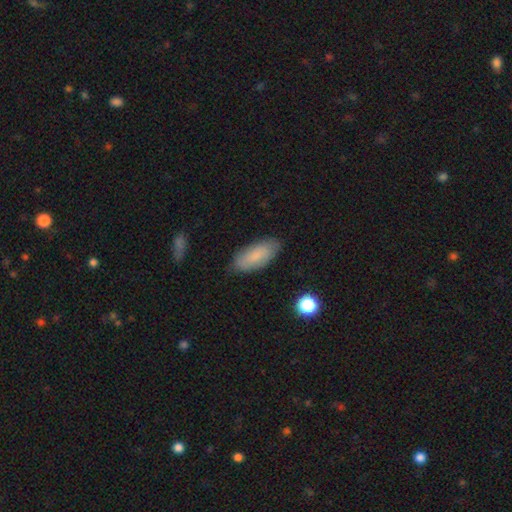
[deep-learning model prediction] This is clearly a smooth galaxy (82%). How rounded: clearly in between (83%). Merging: clearly none (83%).